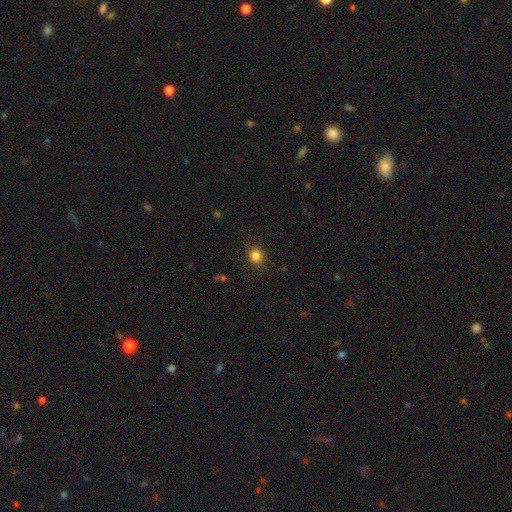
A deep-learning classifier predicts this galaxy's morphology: Smooth or featured: smooth — 85% (star or artifact — 11%)
How rounded: round — 73% (in between — 27%)
Merging: none — 89% (minor disturbance — 8%)